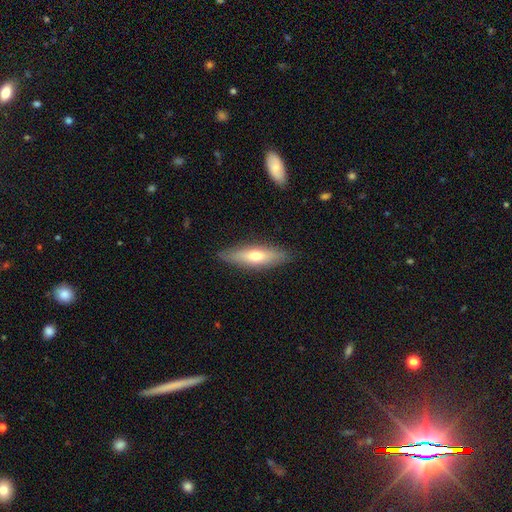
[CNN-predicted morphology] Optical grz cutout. It shows a smooth galaxy with no disk features (57%) that is cigar-shaped (57%). Merging: none (86%).